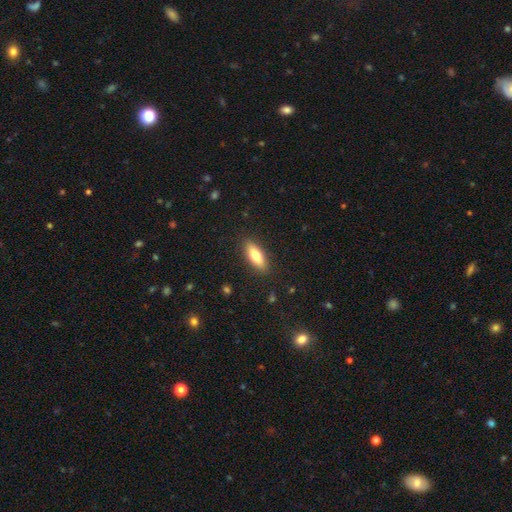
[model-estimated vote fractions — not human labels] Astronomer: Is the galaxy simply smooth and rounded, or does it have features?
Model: smooth — 75%.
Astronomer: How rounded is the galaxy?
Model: in between — 64%.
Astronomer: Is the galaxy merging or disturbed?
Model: none — 88%.